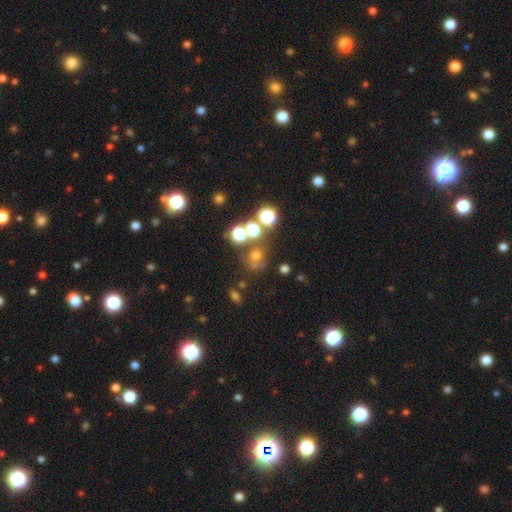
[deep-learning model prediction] A smooth galaxy with no disk features (52%) that is round (80%). Merging: none (56%).